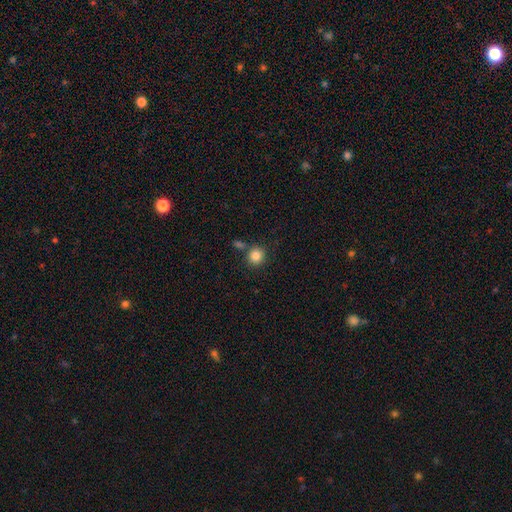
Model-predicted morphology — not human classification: The model was most divided on "merging": none: 75%, merger: 13%, minor disturbance: 10%, major disturbance: 3%. More confident: how rounded — round (86%); smooth or featured — smooth (86%).